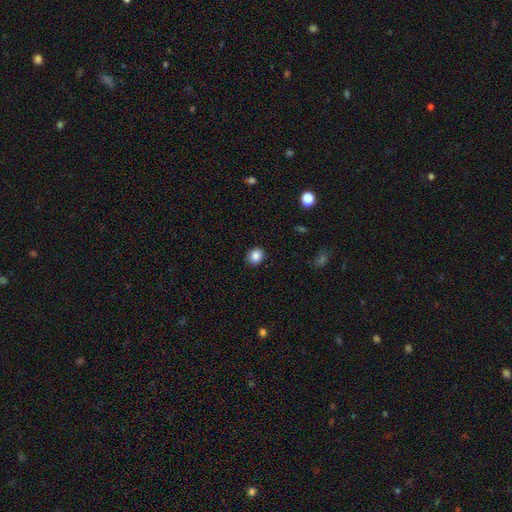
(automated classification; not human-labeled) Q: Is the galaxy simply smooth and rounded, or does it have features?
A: smooth — 85%.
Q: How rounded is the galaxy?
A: round — 70%.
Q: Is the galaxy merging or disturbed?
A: none — 88%.